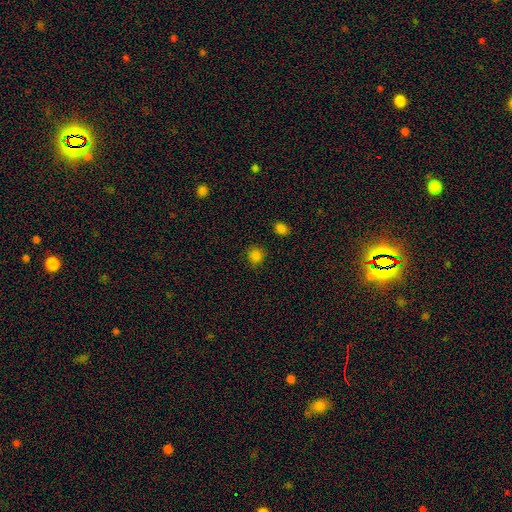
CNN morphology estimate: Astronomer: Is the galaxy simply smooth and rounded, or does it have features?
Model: smooth — 83%.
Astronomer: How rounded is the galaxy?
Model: round — 89%.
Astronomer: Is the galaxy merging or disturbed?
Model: none — 88%.